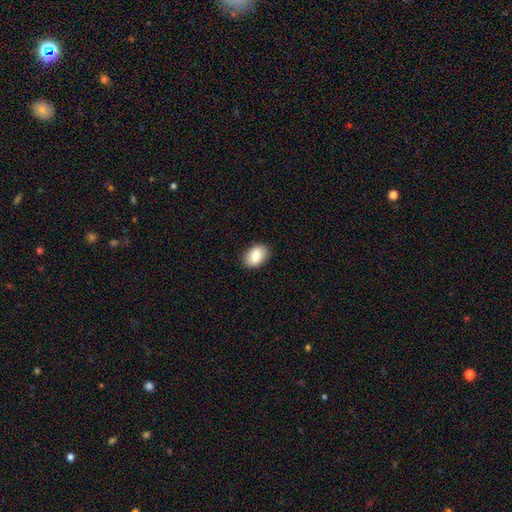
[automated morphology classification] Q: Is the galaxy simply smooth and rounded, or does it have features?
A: smooth — 84%.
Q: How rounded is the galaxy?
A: in between — 83%.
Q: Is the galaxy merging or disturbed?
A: none — 88%.